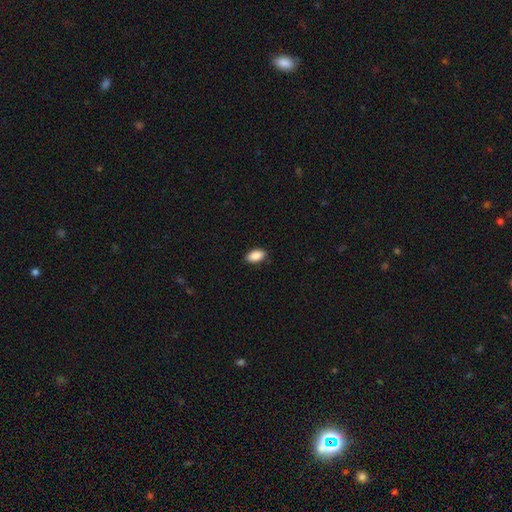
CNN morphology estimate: smooth 90%, star or artifact 7%, featured or disk 3%. Down the decision tree: how rounded — in between (93%); merging — none (88%).